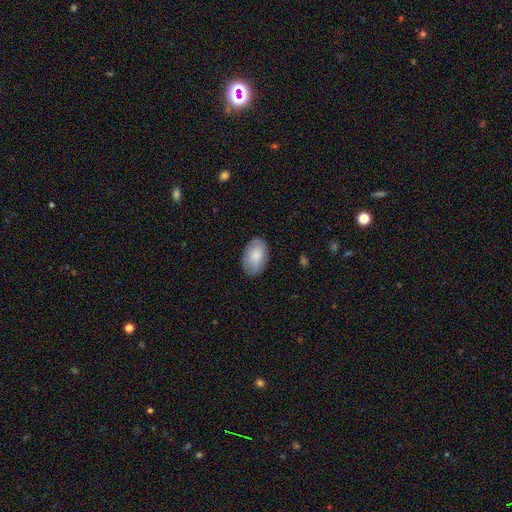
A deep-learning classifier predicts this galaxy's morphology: Smooth or featured? Predicted: smooth (p=0.80). How rounded? Predicted: in between (p=0.92). Merging? Predicted: none (p=0.82).